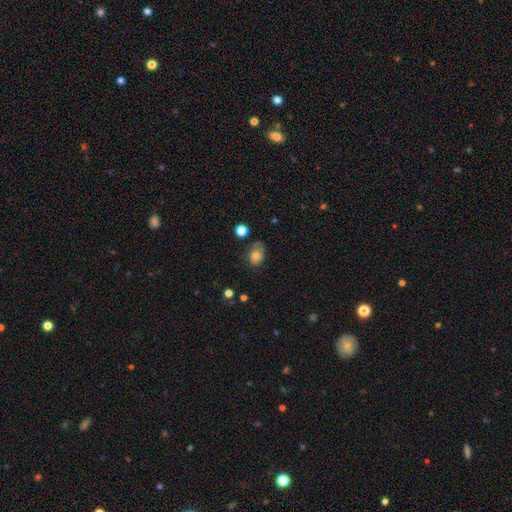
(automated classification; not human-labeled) Smooth or featured? Predicted: smooth (p=0.76). How rounded? Predicted: in between (p=0.63). Merging? Predicted: none (p=0.48).